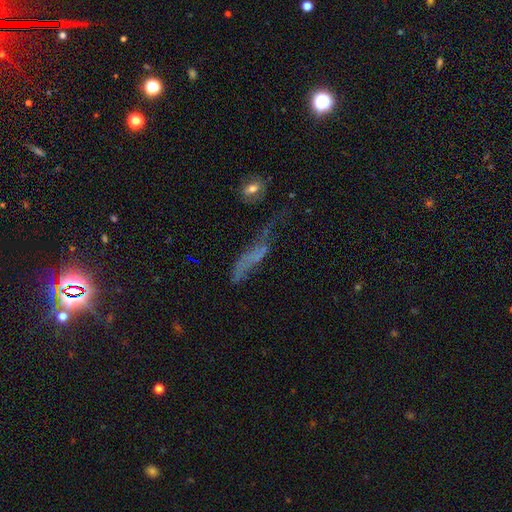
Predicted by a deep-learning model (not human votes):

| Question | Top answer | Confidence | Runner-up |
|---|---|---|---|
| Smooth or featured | smooth | 41% | featured or disk (37%) |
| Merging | major disturbance | 39% | none (29%) |